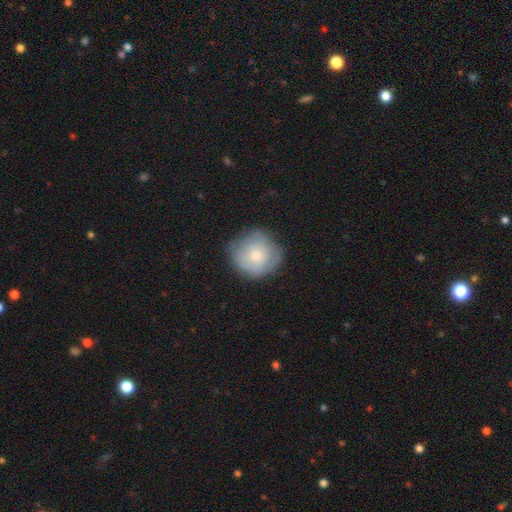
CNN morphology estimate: Overall: smooth (54%; featured or disk 39%). How rounded: round (87%). Merging: none (65%; minor disturbance 26%).